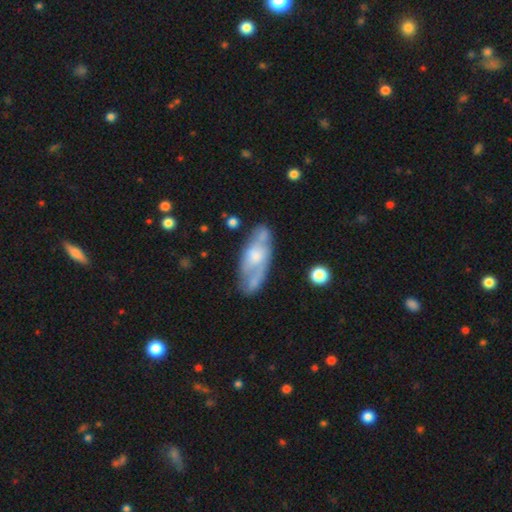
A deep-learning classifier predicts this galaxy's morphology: This is possibly a featured or disk galaxy (55%). It is clearly not viewed edge-on (85%). Merging: possibly none (56%).